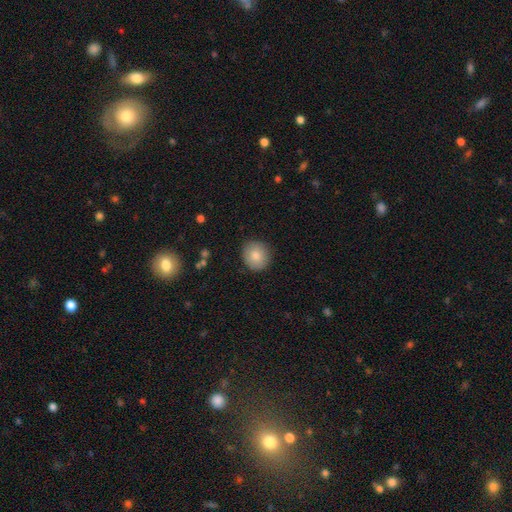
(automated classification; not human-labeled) smooth_or_featured: smooth (p=0.83) [alt: featured or disk p=0.09]
how_rounded: round (p=0.87) [alt: in between p=0.12]
merging: none (p=0.89) [alt: minor disturbance p=0.08]